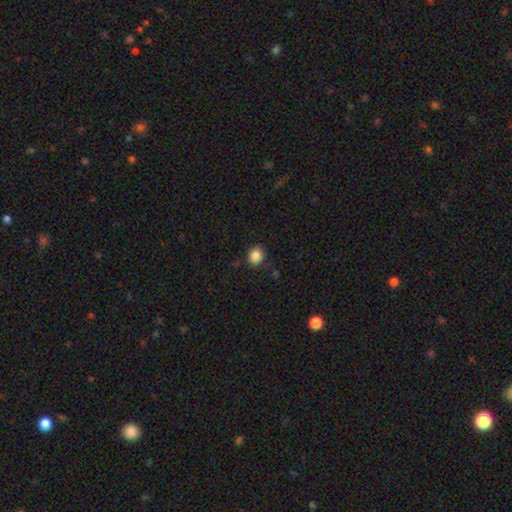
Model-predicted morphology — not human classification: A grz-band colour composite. It shows a smooth galaxy with no disk features (86%) that is round (73%). Merging: none (85%).